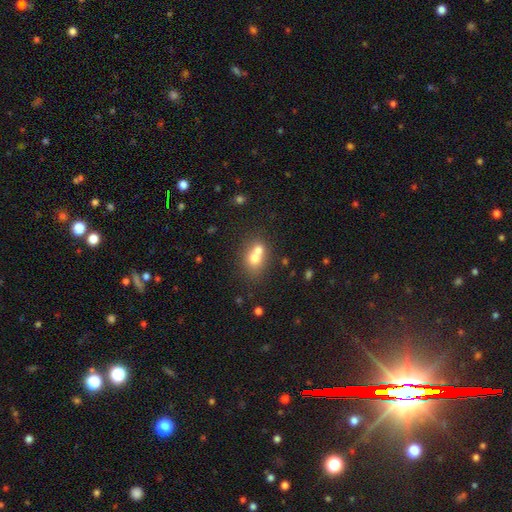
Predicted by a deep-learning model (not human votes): smooth_or_featured: smooth (p=0.67) [alt: featured or disk p=0.22]
how_rounded: round (p=0.50) [alt: in between p=0.49]
merging: merger (p=0.63) [alt: none p=0.26]